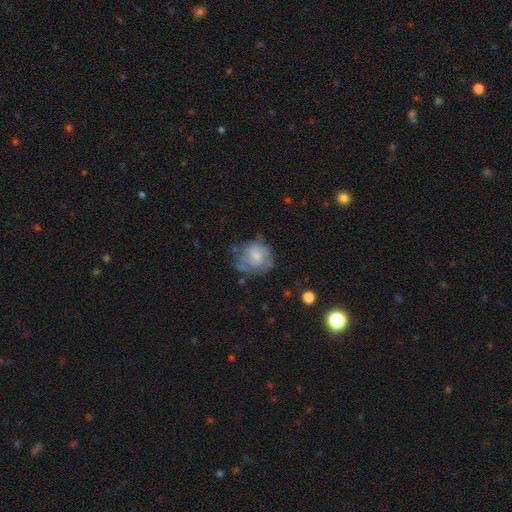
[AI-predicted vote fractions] A smooth galaxy with no disk features (47%).

Vote fractions:
- Smooth or featured? smooth: 47% / featured or disk: 45% / star or artifact: 8%
- Merging? none: 52% / minor disturbance: 27% / major disturbance: 17% / merger: 4%